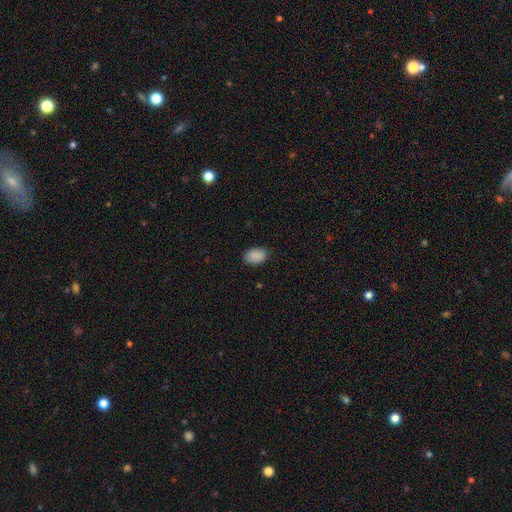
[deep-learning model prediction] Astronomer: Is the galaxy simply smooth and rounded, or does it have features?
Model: smooth — 90%.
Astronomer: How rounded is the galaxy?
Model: in between — 90%.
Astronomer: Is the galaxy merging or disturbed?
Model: none — 86%.